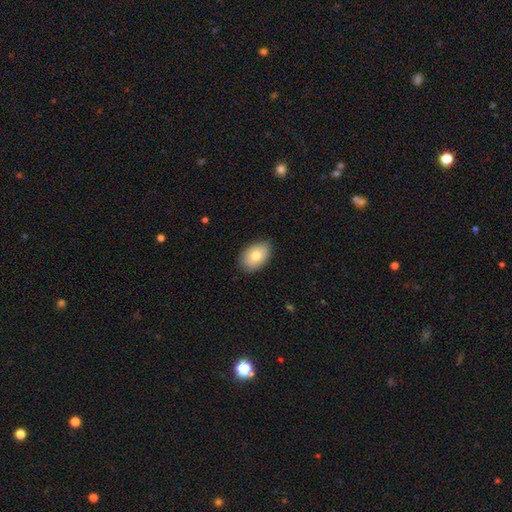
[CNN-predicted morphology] smooth 76%, featured or disk 16%, star or artifact 7%. Down the decision tree: how rounded — in between (85%); merging — none (84%).